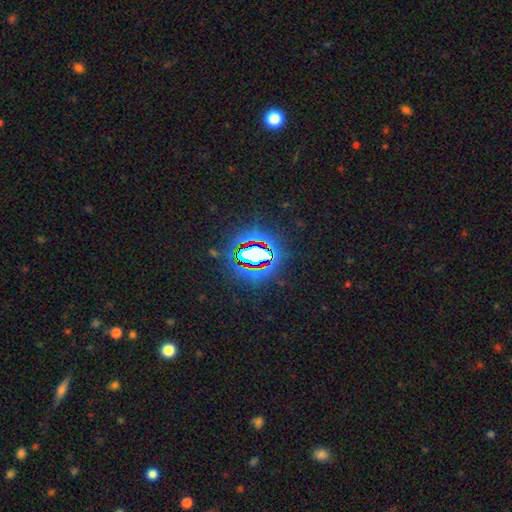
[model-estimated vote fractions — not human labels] Overall: star or artifact (70%).